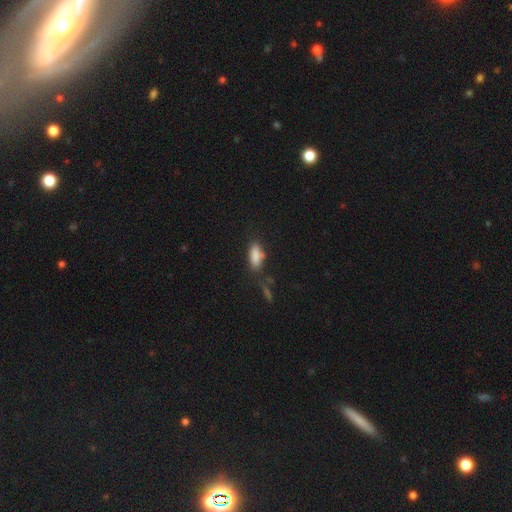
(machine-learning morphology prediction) Smooth or featured? smooth (85%)
How rounded? in between (79%)
Merging? none (64%)